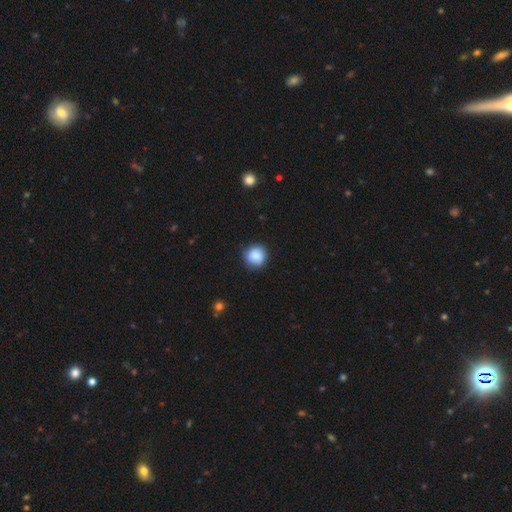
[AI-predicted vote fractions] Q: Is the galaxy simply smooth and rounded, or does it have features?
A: smooth — 87%.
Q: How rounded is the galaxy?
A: round — 92%.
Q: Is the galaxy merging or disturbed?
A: none — 84%.